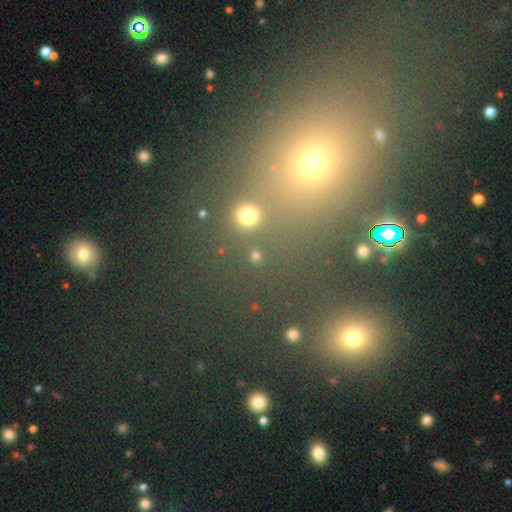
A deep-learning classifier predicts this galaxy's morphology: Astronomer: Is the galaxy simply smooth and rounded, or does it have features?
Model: smooth — 65%.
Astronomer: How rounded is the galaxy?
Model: round — 87%.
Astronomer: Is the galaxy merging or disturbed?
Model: none — 80%.